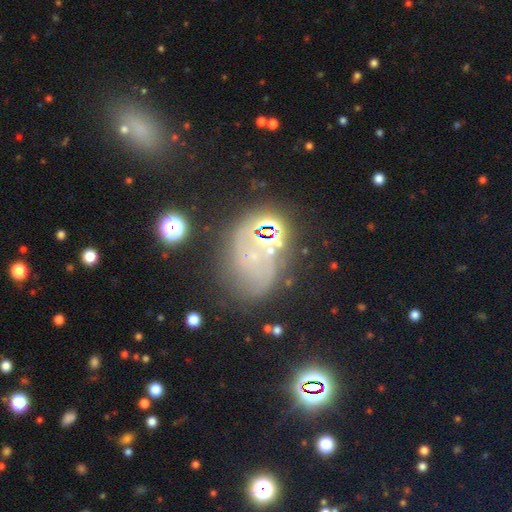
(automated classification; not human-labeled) This appears to be a featured or disk galaxy (40%). Merging: none (53%).